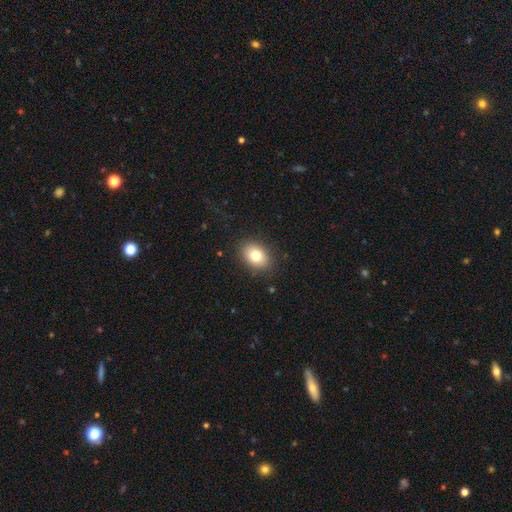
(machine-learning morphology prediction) smooth 79%, featured or disk 12%, star or artifact 9%. Down the decision tree: how rounded — in between (74%); merging — none (87%).